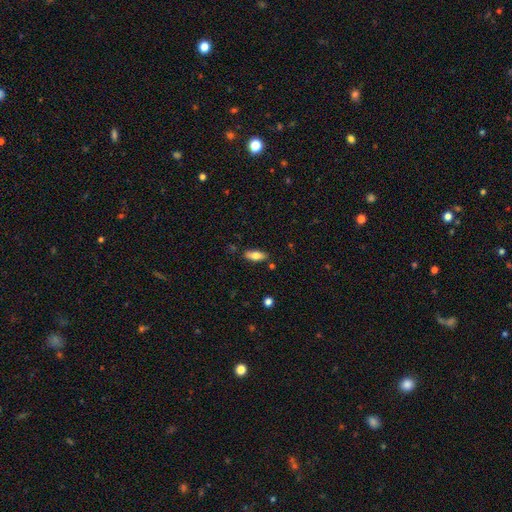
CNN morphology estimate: The model was most divided on "smooth or featured": smooth: 74%, featured or disk: 19%, star or artifact: 7%. More confident: merging — none (82%); how rounded — in between (77%).